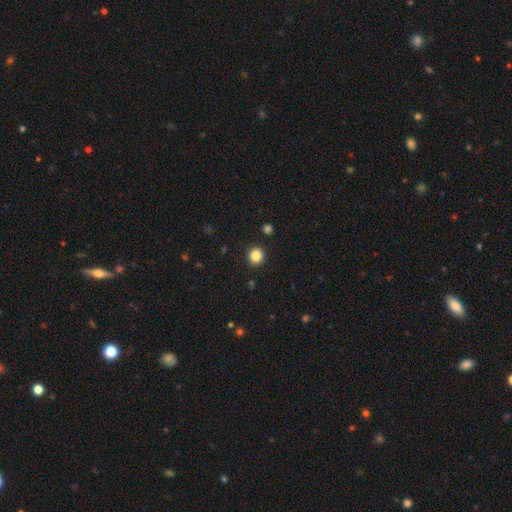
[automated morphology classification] Smooth or featured: smooth — 85% (star or artifact — 11%)
How rounded: round — 85% (in between — 14%)
Merging: none — 92% (minor disturbance — 5%)